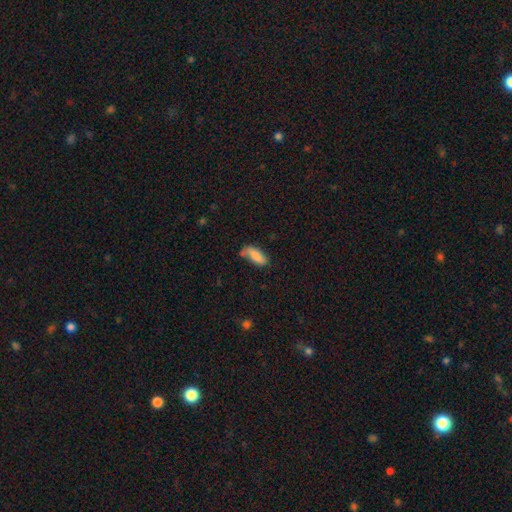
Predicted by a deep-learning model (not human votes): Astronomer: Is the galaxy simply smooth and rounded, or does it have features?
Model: smooth — 78%.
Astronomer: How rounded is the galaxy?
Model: in between — 75%.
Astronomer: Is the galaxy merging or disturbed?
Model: none — 55% (runner-up: minor disturbance, 31%).